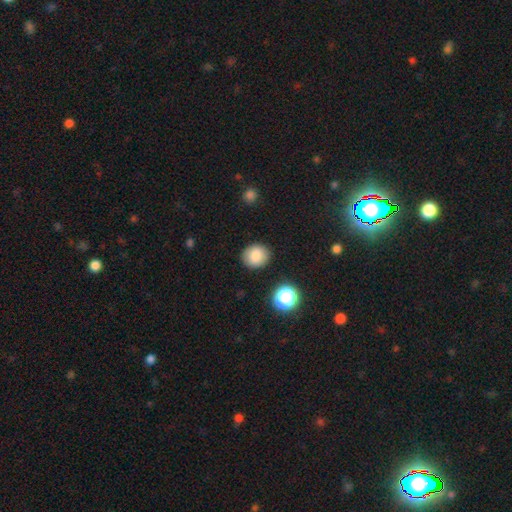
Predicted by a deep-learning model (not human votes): smooth 83%, star or artifact 10%, featured or disk 7%. Down the decision tree: how rounded — round (74%); merging — none (88%).